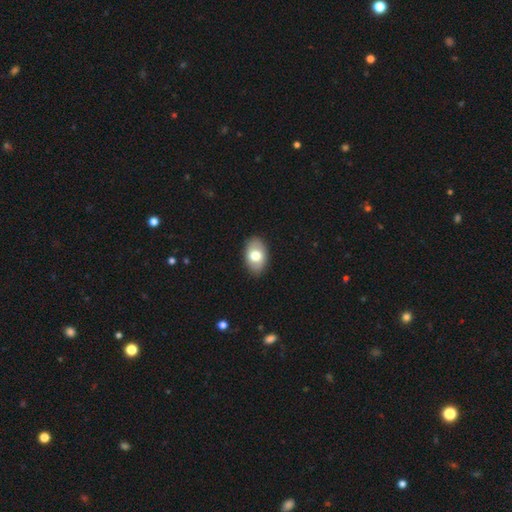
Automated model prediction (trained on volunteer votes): A smooth galaxy with no disk features (69%) that is in between round and cigar-shaped (90%). Merging: none (86%).